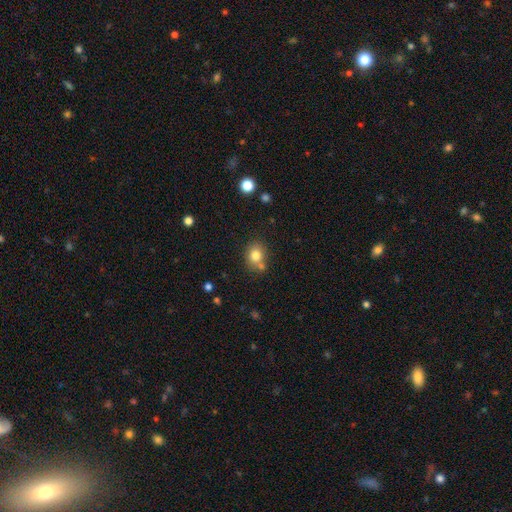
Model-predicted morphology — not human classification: This is likely a smooth galaxy (80%). How rounded: likely round (63%). Merging: likely none (63%).